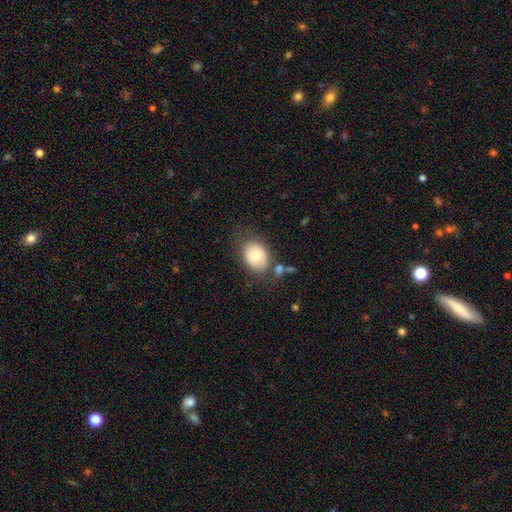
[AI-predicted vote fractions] Smooth or featured? smooth (75%)
How rounded? in between (66%)
Merging? none (69%)